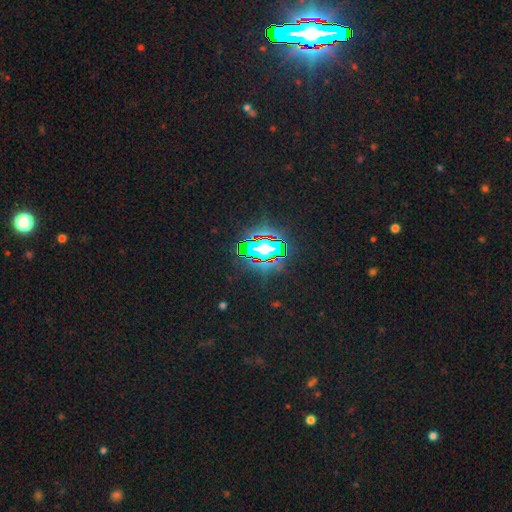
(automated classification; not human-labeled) This is likely a star or artifact rather than a galaxy (75%).